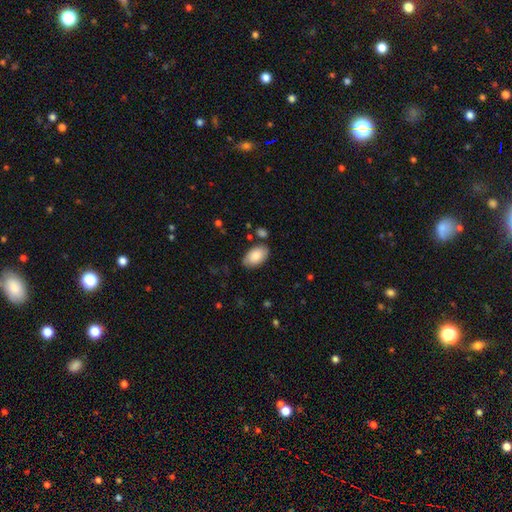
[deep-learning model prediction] Q: Smooth or featured?
A: smooth (83%); runner-up: featured or disk (11%)
Q: How rounded?
A: in between (95%); runner-up: round (4%)
Q: Merging?
A: none (79%); runner-up: minor disturbance (15%)